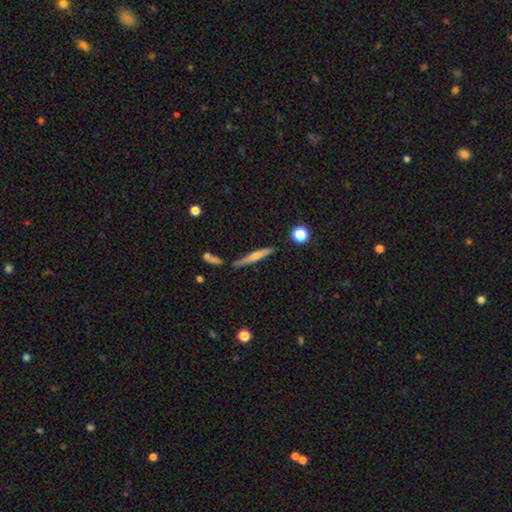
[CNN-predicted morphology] type=featured or disk (58%); edge-on=yes (96%); edge-on bulge=rounded (69%); merging=none (78%).